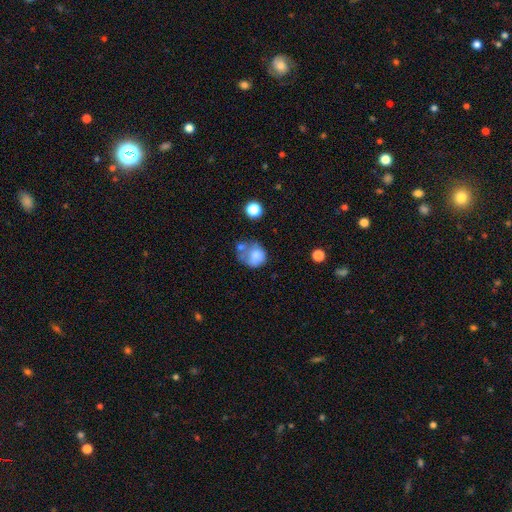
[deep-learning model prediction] Smooth or featured: smooth — 70% (featured or disk — 20%)
How rounded: round — 71% (in between — 28%)
Merging: none — 30% (merger — 27%)